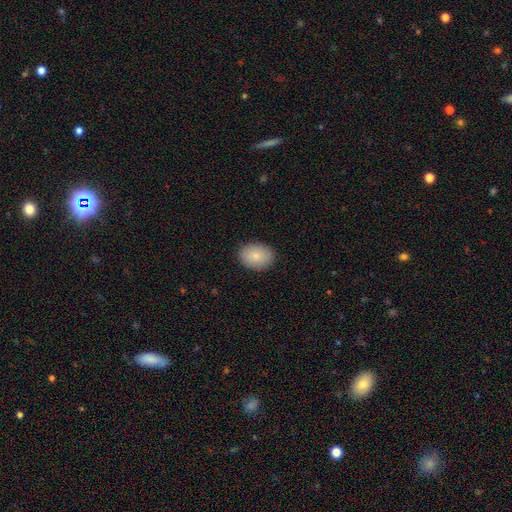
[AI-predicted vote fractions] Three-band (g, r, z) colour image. It shows a smooth galaxy with no disk features (84%) that is in between round and cigar-shaped (74%). Merging: none (88%).